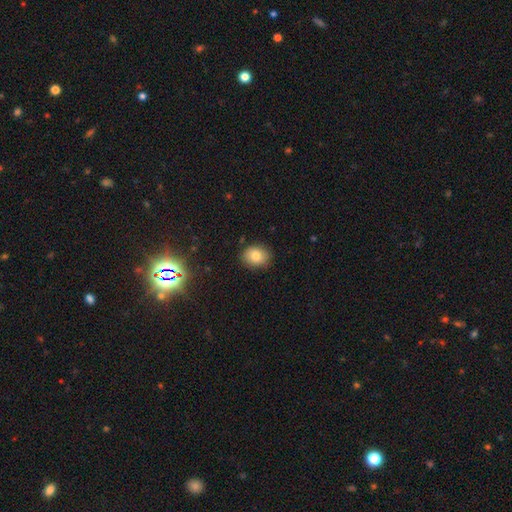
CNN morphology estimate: This appears to be a smooth galaxy with no disk features (80%) that is round (50%). Merging: none (86%).